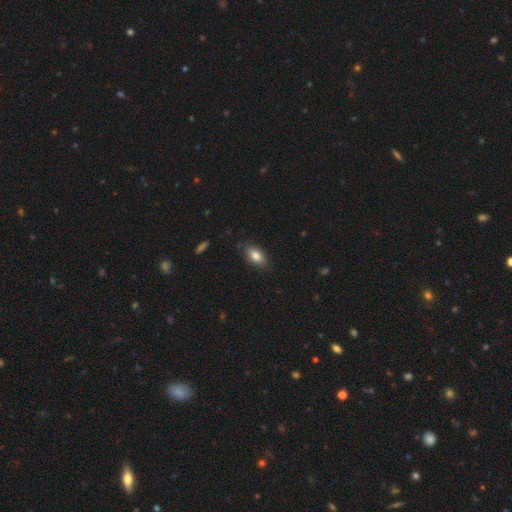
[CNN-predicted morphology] This appears to be a smooth galaxy with no disk features (82%) that is in between round and cigar-shaped (89%). Merging: none (82%).